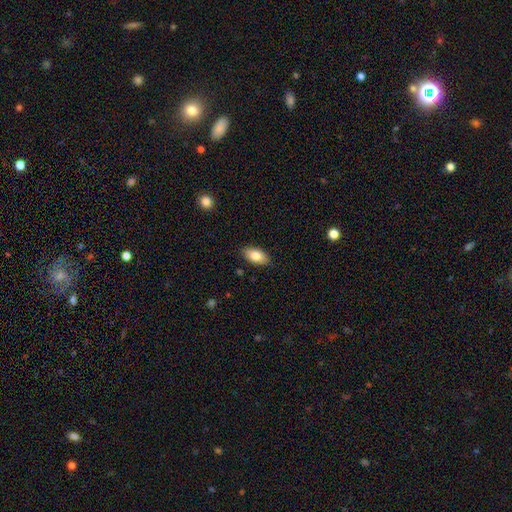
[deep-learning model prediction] smooth 83%, featured or disk 10%, star or artifact 7%. Down the decision tree: how rounded — in between (93%); merging — none (87%).